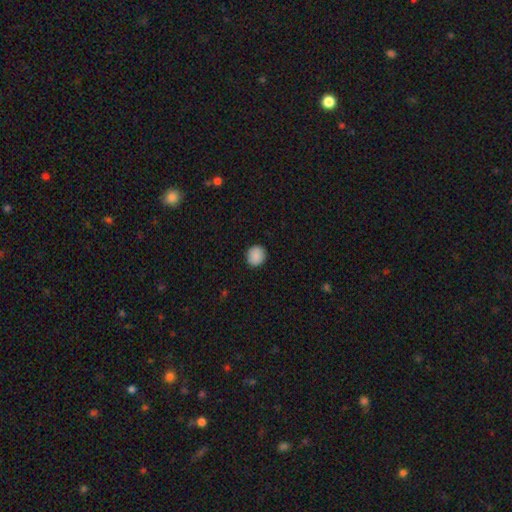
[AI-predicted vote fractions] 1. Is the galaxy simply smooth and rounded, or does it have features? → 88% smooth, 8% star or artifact, 4% featured or disk.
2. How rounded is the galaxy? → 84% round, 15% in between, 1% cigar-shaped.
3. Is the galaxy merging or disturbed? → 91% none, 6% minor disturbance, 2% major disturbance, 1% merger.